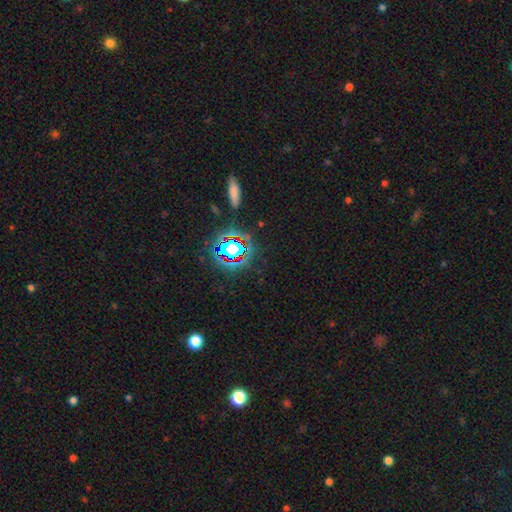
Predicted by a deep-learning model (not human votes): Smooth or featured? Predicted: star or artifact (p=0.75).